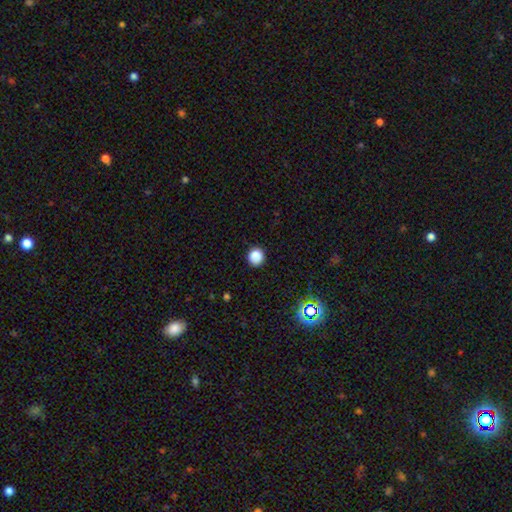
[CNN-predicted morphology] Overall: smooth (85%). How rounded: round (92%). Merging: none (89%).